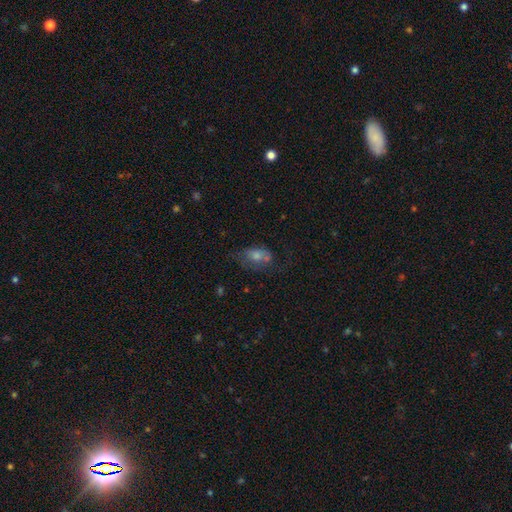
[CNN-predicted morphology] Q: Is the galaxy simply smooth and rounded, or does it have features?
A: smooth — 54%.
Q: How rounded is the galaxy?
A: in between — 81%.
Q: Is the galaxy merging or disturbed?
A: none — 42%.